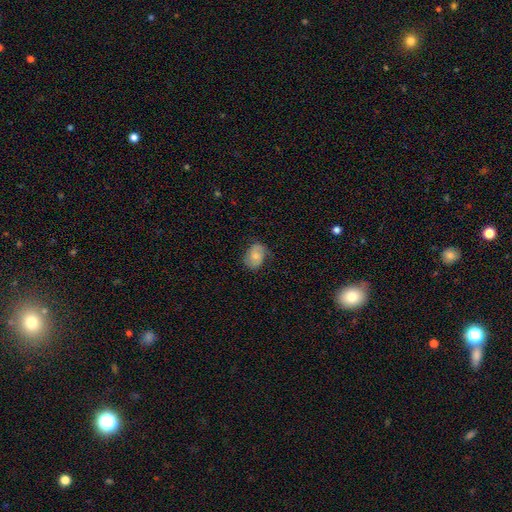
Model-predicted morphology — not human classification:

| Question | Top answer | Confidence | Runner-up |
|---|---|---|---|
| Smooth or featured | smooth | 63% | featured or disk (29%) |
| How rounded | in between | 68% | round (31%) |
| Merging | none | 69% | minor disturbance (23%) |